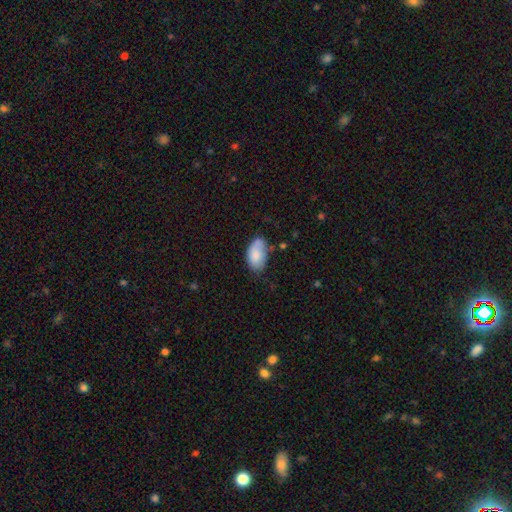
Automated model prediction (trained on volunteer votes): This appears to be a smooth galaxy with no disk features (81%) that is in between round and cigar-shaped (94%). Merging: none (60%).